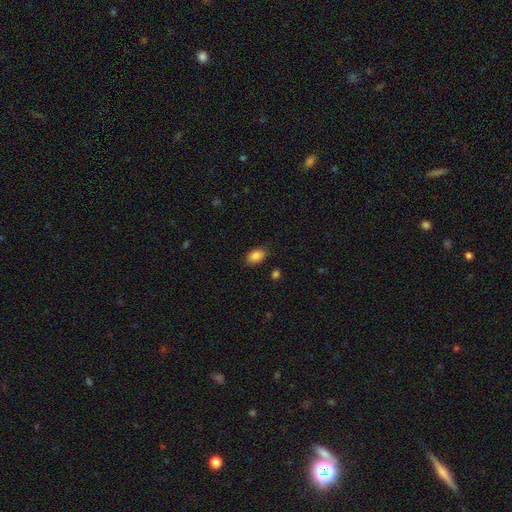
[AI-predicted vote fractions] Morphology: type=smooth (86%); roundness=in between (88%); merging=none (86%).